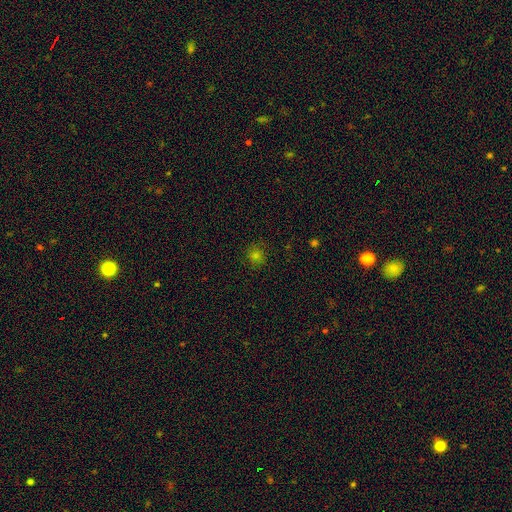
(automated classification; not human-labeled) Morphology: type=smooth (74%); roundness=round (89%); merging=none (87%).